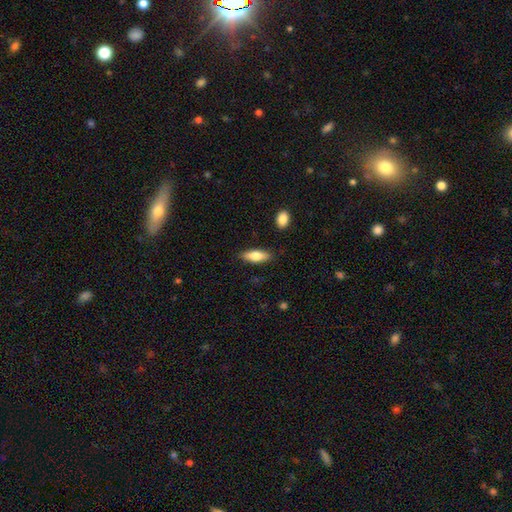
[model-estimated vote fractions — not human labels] Smooth or featured? Predicted: smooth (p=0.76). How rounded? Predicted: in between (p=0.66). Merging? Predicted: none (p=0.85).